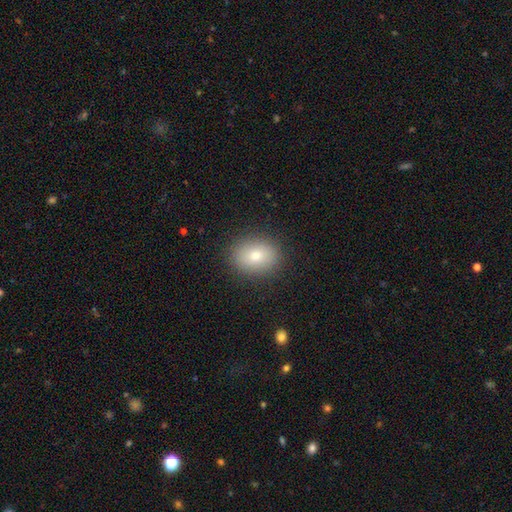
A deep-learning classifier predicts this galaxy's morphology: type=smooth (78%); roundness=in between (54%); merging=none (88%).